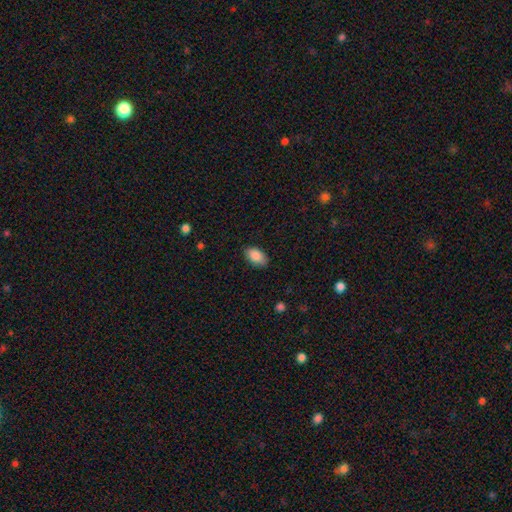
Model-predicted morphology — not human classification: This is clearly a smooth galaxy (88%). How rounded: clearly in between (93%). Merging: clearly none (84%).